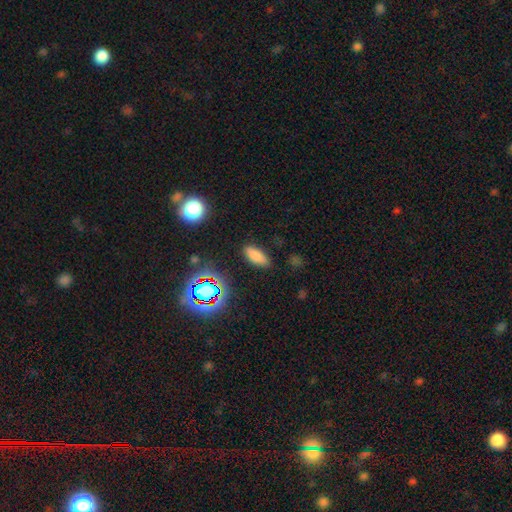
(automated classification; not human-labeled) A smooth galaxy with no disk features (79%) that is in between round and cigar-shaped (75%). Merging: none (86%).